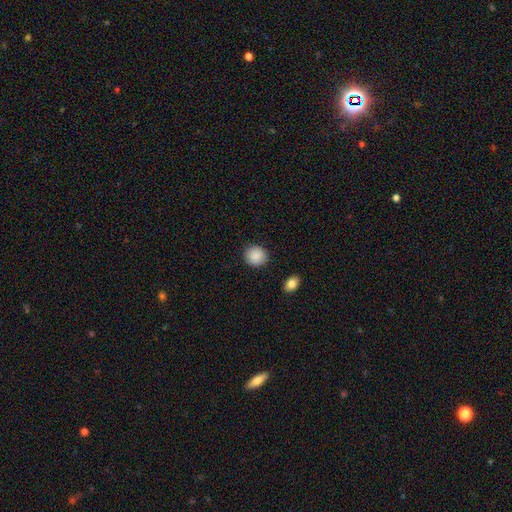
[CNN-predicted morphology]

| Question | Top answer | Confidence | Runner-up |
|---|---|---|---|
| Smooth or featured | smooth | 90% | star or artifact (7%) |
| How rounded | round | 85% | in between (14%) |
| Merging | none | 90% | minor disturbance (6%) |